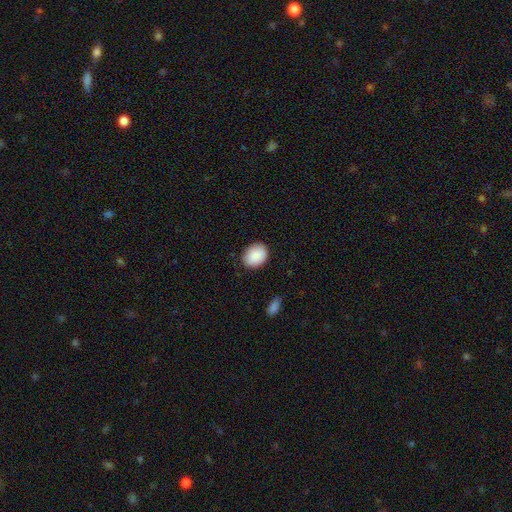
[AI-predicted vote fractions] smooth 89%, star or artifact 7%, featured or disk 4%. Down the decision tree: how rounded — in between (57%); merging — none (84%).